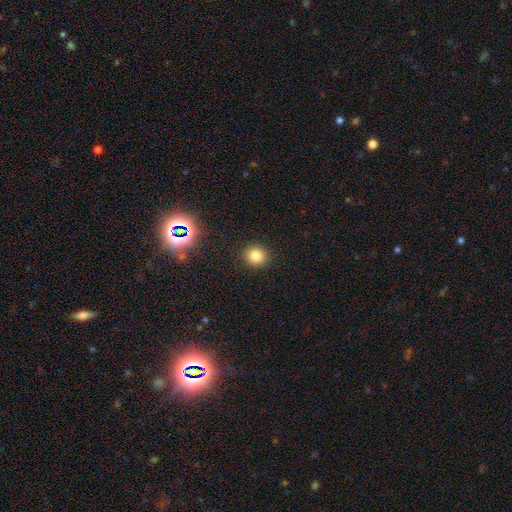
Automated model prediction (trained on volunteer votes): Morphology: type=smooth (80%); roundness=round (88%); merging=none (90%).